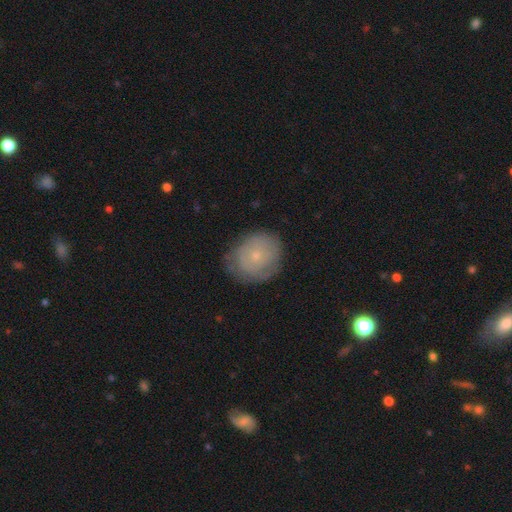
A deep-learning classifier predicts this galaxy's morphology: Smooth or featured?
  - smooth: 53% *
  - featured or disk: 38%
  - star or artifact: 8%
How rounded?
  - round: 66% *
  - in between: 33%
  - cigar-shaped: 1%
Merging?
  - none: 72% *
  - minor disturbance: 21%
  - major disturbance: 6%
  - merger: 1%